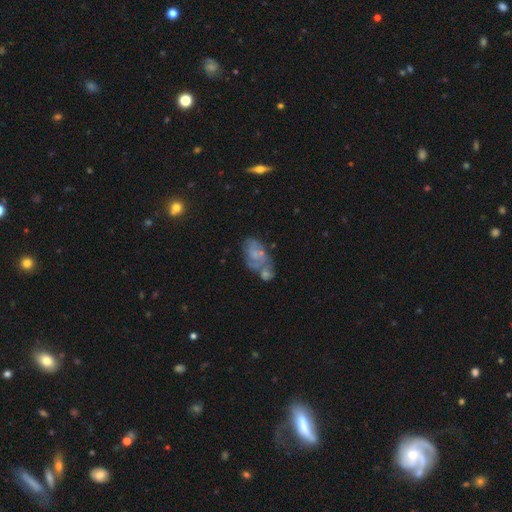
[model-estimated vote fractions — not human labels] smooth_or_featured: featured or disk (p=0.58) [alt: smooth p=0.31]
disk_edge_on: no (p=0.95) [alt: yes p=0.05]
bar: no (p=0.75) [alt: weak p=0.21]
has_spiral_arms: yes (p=0.54) [alt: no p=0.46]
bulge_size: small (p=0.49) [alt: none p=0.29]
merging: none (p=0.40) [alt: merger p=0.29]